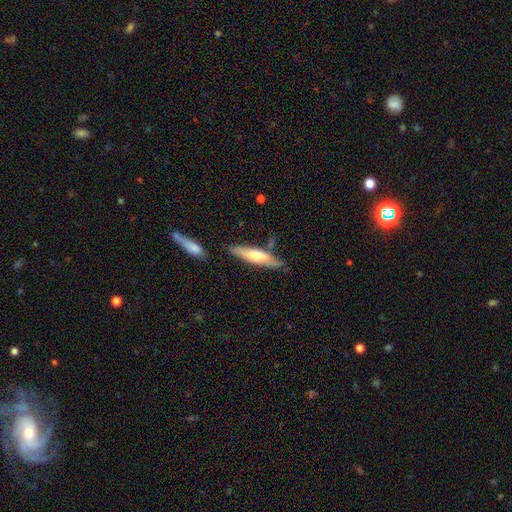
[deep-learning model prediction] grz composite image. It shows a smooth galaxy with no disk features (51%) that is cigar-shaped (76%). Merging: none (73%).